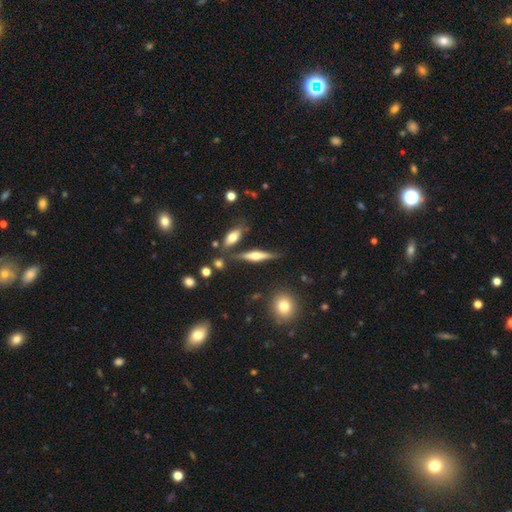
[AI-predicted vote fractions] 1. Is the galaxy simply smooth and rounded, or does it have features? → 67% featured or disk, 26% smooth, 7% star or artifact.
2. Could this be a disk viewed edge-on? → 95% yes, 5% no.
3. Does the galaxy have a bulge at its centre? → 87% rounded, 9% boxy, 4% none.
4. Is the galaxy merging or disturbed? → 77% none, 12% minor disturbance, 7% merger, 4% major disturbance.